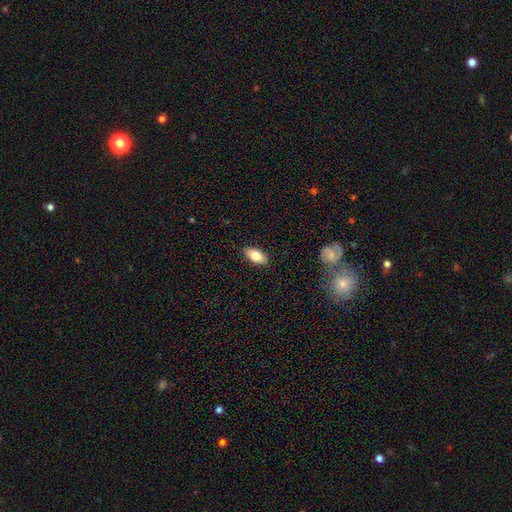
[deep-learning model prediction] Q: Smooth or featured?
A: smooth (81%); runner-up: featured or disk (12%)
Q: How rounded?
A: in between (92%); runner-up: cigar-shaped (5%)
Q: Merging?
A: none (88%); runner-up: minor disturbance (9%)